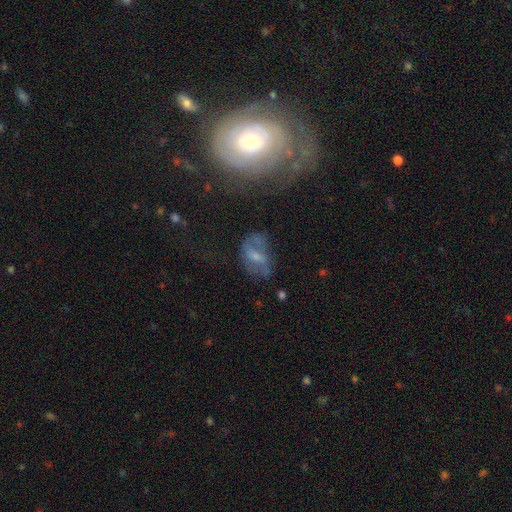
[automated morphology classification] This appears to be a featured or disk galaxy (45%). Merging: none (46%).